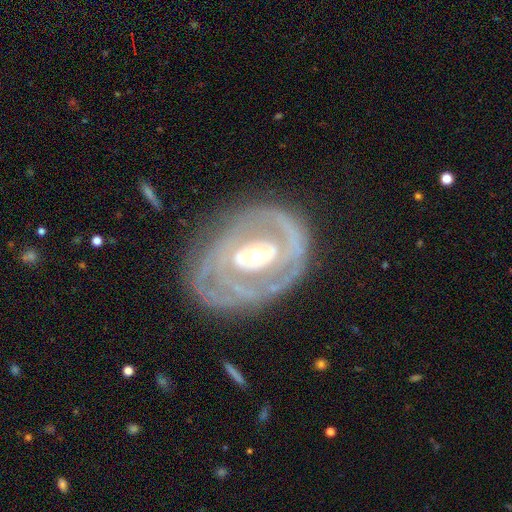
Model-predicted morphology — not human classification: A featured or disk galaxy (84%) with a weak bar (39%), 2 (34%) tight (68%) spiral arms (83%) and a moderate central bulge (55%). Merging: none (67%).